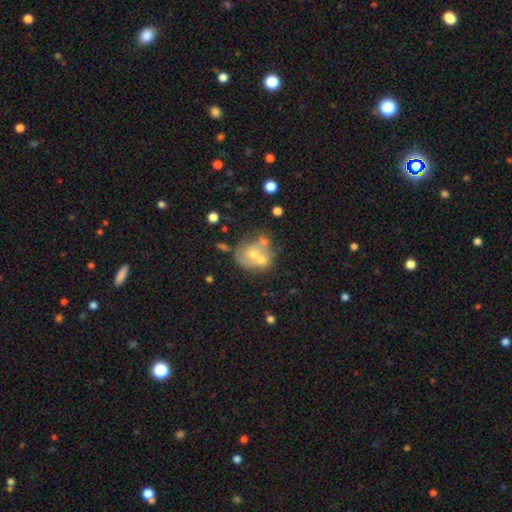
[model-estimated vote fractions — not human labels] A featured or disk galaxy (45%, tied with smooth). Merging: merger (53%).